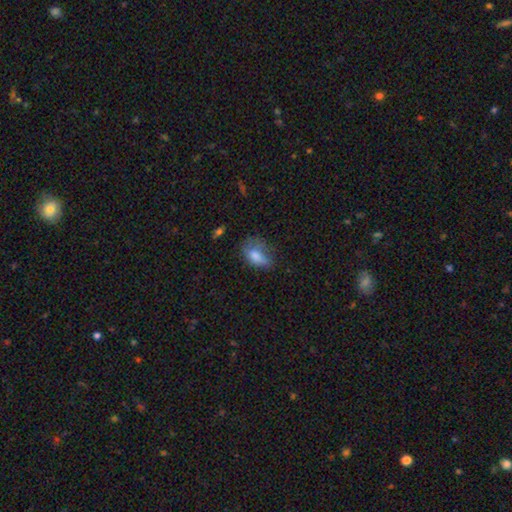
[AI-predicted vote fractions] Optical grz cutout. It shows a smooth galaxy with no disk features (73%) that is in between round and cigar-shaped (83%). Merging: none (37%).